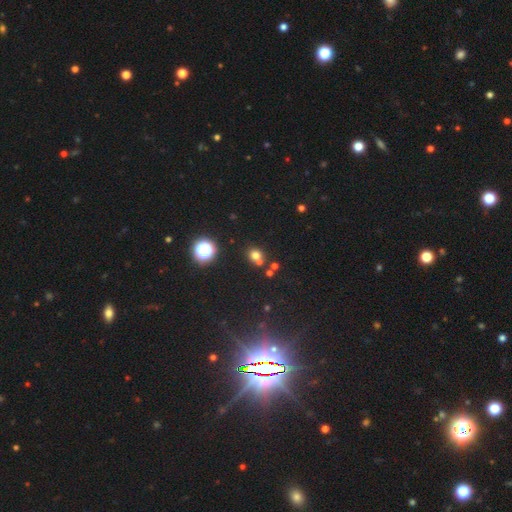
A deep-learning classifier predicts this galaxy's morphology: smooth 66%, star or artifact 24%, featured or disk 10%. Down the decision tree: how rounded — round (78%); merging — none (59%).